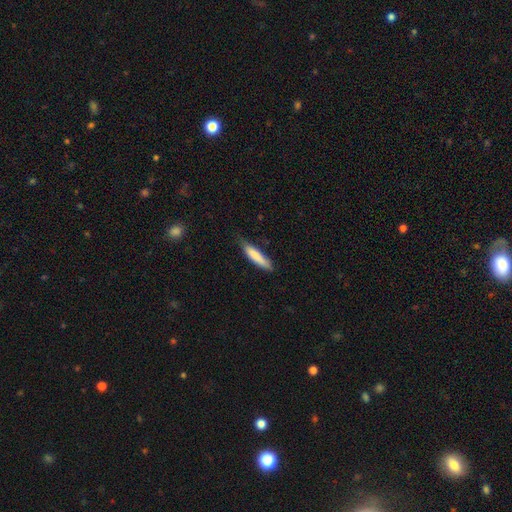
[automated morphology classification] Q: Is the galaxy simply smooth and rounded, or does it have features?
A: smooth — 80%.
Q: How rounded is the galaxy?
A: cigar-shaped — 77%.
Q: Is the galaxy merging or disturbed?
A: none — 68%.